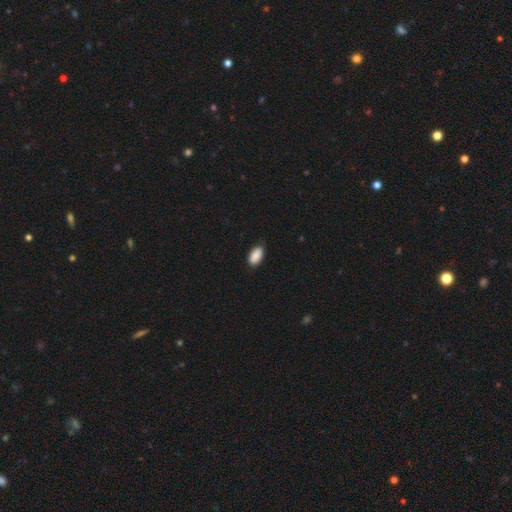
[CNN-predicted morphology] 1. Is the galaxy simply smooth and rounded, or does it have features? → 90% smooth, 7% star or artifact, 4% featured or disk.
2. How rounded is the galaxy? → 93% in between, 4% cigar-shaped, 2% round.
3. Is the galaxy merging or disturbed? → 82% none, 15% minor disturbance, 2% major disturbance, 1% merger.